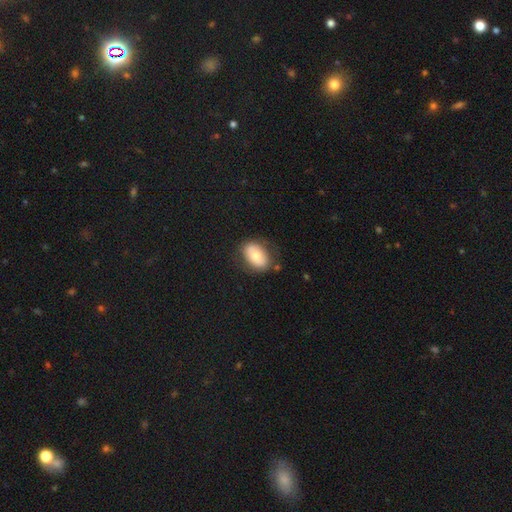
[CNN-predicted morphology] This appears to be a smooth galaxy with no disk features (71%) that is in between round and cigar-shaped (87%). Merging: none (76%).